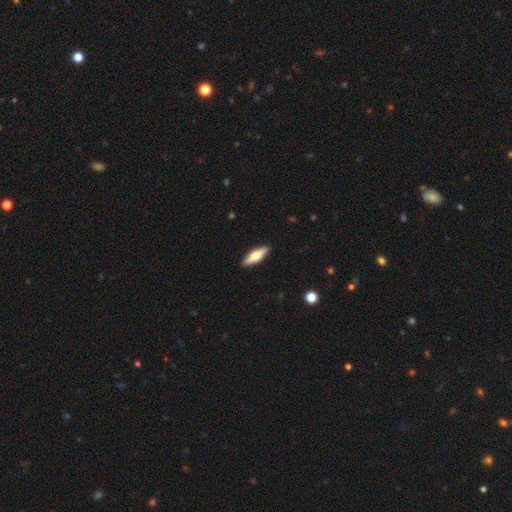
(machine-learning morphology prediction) Q: Smooth or featured?
A: smooth (60%); runner-up: featured or disk (34%)
Q: How rounded?
A: cigar-shaped (54%); runner-up: in between (44%)
Q: Merging?
A: none (90%); runner-up: minor disturbance (7%)